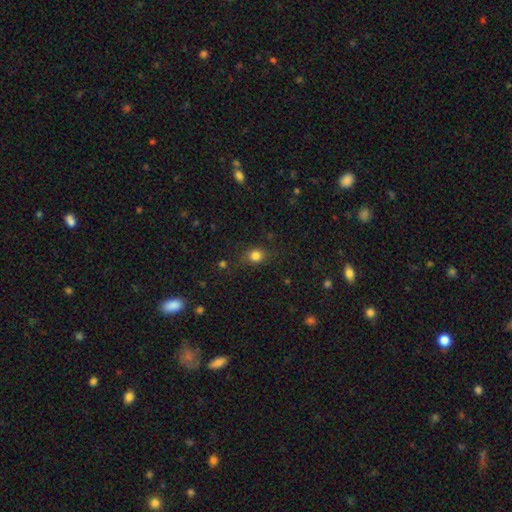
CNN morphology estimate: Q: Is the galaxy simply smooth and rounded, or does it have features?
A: smooth — 81%.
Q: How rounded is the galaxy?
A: round — 70%.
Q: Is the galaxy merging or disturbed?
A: none — 75%.